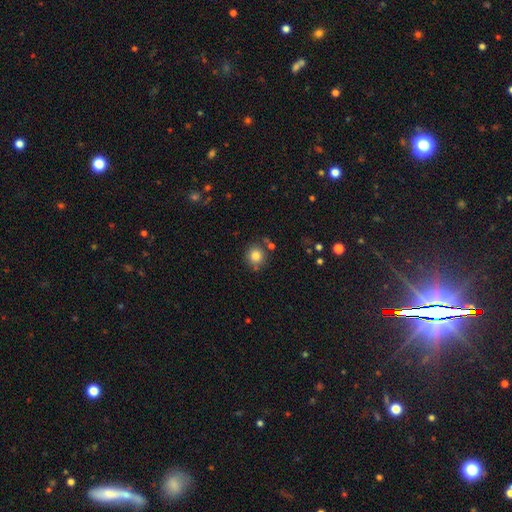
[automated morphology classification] Smooth or featured? smooth (84%)
How rounded? round (90%)
Merging? none (79%)